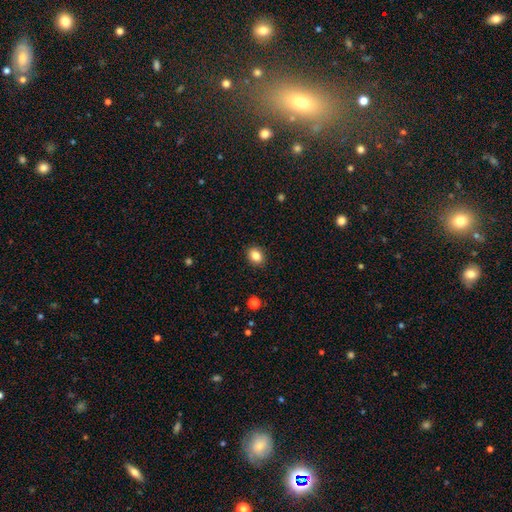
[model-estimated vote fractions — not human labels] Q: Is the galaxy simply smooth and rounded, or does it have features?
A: smooth — 85%.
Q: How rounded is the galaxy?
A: in between — 65%.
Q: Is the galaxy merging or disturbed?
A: none — 89%.